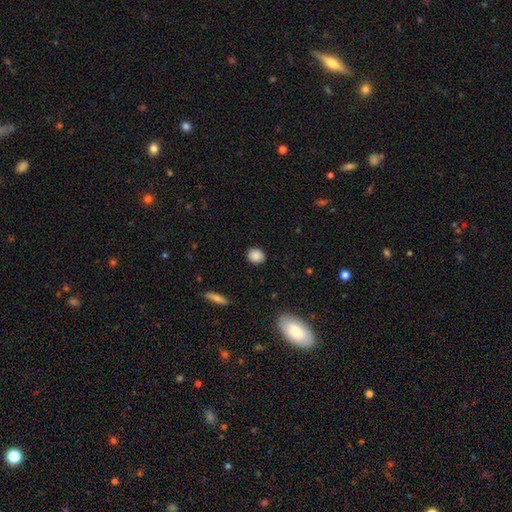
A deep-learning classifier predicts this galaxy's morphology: Smooth or featured: smooth — 87% (star or artifact — 9%)
How rounded: round — 73% (in between — 25%)
Merging: none — 88% (minor disturbance — 9%)